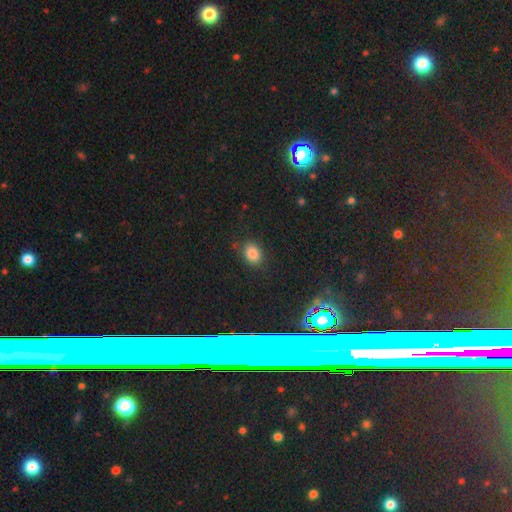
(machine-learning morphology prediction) A smooth galaxy with no disk features (76%) that is in between round and cigar-shaped (62%).

Vote fractions:
- Smooth or featured? smooth: 76% / star or artifact: 18% / featured or disk: 6%
- How rounded? in between: 62% / round: 36% / cigar-shaped: 2%
- Merging? none: 84% / minor disturbance: 11% / major disturbance: 3% / merger: 2%